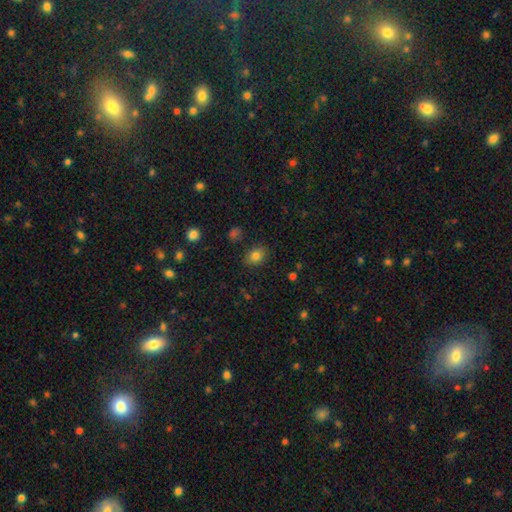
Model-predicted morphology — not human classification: Smooth or featured? Predicted: smooth (p=0.80). How rounded? Predicted: in between (p=0.60). Merging? Predicted: none (p=0.83).